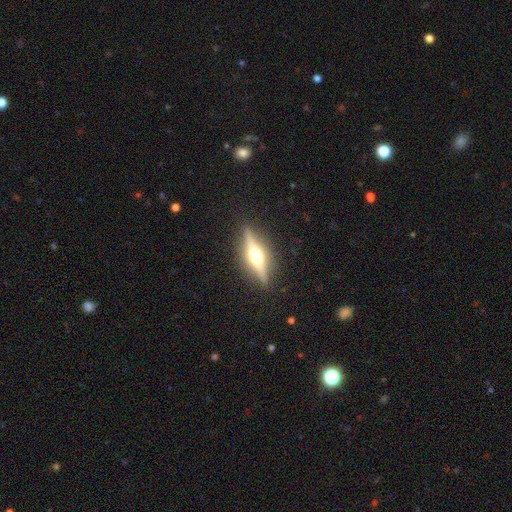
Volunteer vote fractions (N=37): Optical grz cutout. It shows a featured or disk galaxy (73%) viewed edge-on (96%) with a rounded central bulge (92%). Merging: none (80%).